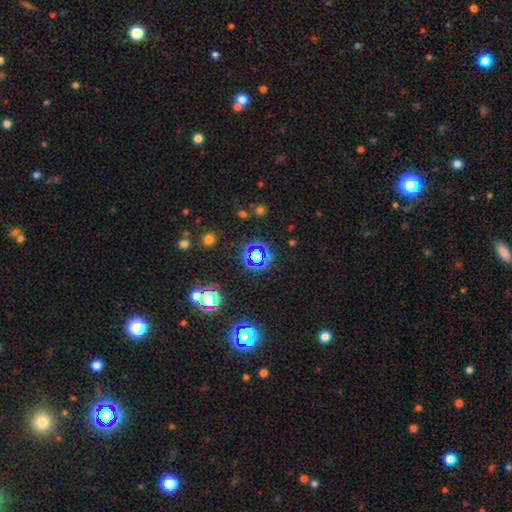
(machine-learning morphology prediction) Smooth or featured? Predicted: star or artifact (p=0.67).